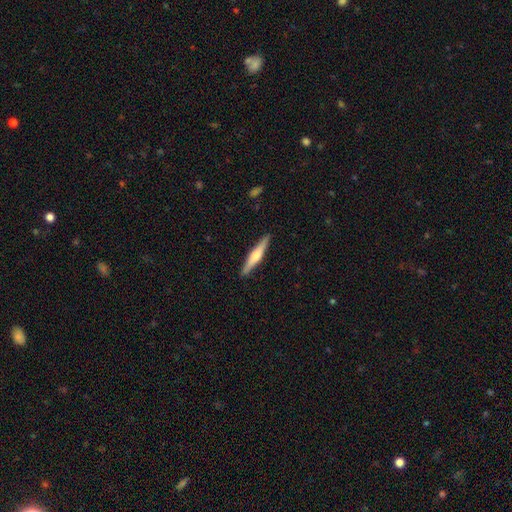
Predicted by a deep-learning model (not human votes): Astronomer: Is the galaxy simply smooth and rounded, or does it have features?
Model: featured or disk — 55% (runner-up: smooth, 40%).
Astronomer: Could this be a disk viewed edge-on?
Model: yes — 97%.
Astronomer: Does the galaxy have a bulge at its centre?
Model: rounded — 80%.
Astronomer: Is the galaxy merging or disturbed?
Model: none — 91%.